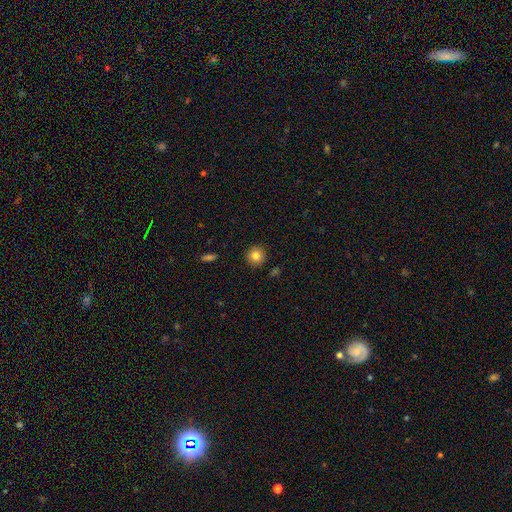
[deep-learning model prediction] Smooth or featured?
  - smooth: 81% *
  - star or artifact: 10%
  - featured or disk: 8%
How rounded?
  - round: 94% *
  - in between: 5%
  - cigar-shaped: 1%
Merging?
  - none: 90% *
  - minor disturbance: 6%
  - major disturbance: 2%
  - merger: 1%